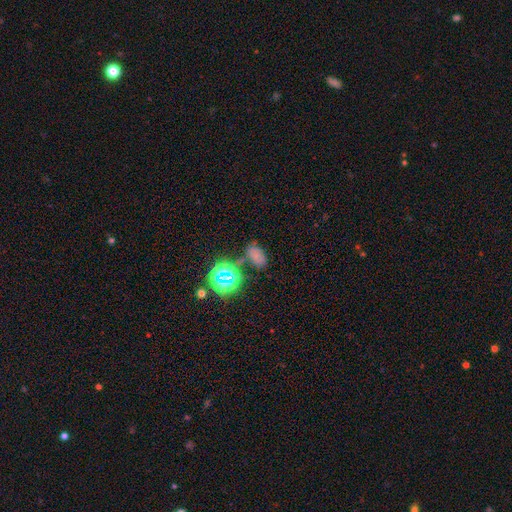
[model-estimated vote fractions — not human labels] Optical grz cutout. It shows a smooth galaxy with no disk features (55%) that is in between round and cigar-shaped (88%). Merging: none (60%).